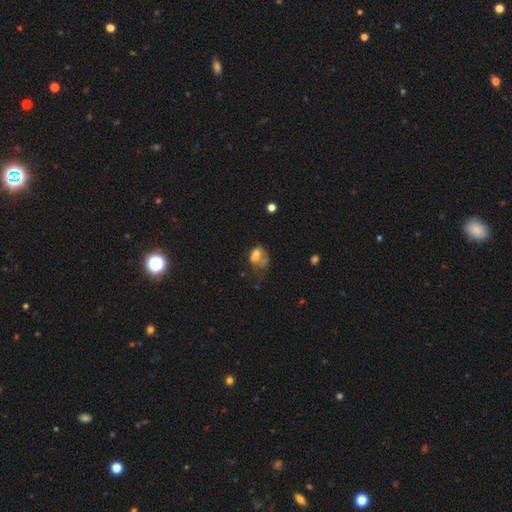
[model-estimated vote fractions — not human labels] Smooth or featured: smooth — 63% (featured or disk — 23%)
How rounded: in between — 78% (round — 19%)
Merging: major disturbance — 39% (minor disturbance — 24%)